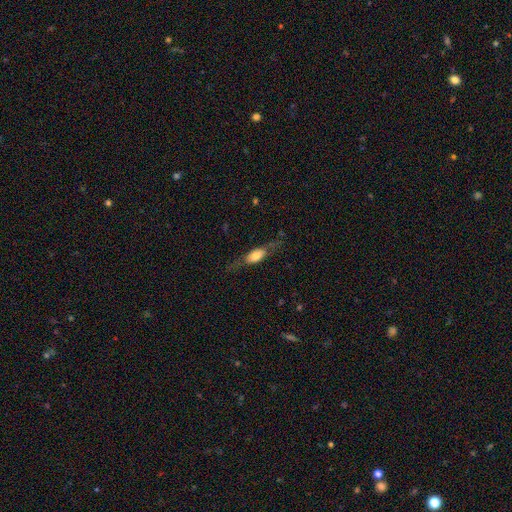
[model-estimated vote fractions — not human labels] Smooth or featured?
  - smooth: 50% *
  - featured or disk: 43%
  - star or artifact: 7%
How rounded?
  - in between: 57% *
  - cigar-shaped: 39%
  - round: 5%
Merging?
  - none: 68% *
  - minor disturbance: 18%
  - major disturbance: 12%
  - merger: 2%